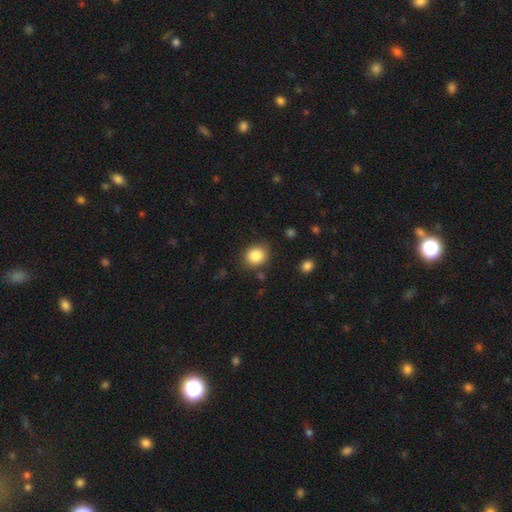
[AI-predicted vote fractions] Smooth or featured?
  - smooth: 86% *
  - star or artifact: 9%
  - featured or disk: 5%
How rounded?
  - round: 73% *
  - in between: 26%
  - cigar-shaped: 1%
Merging?
  - none: 83% *
  - minor disturbance: 11%
  - major disturbance: 3%
  - merger: 3%